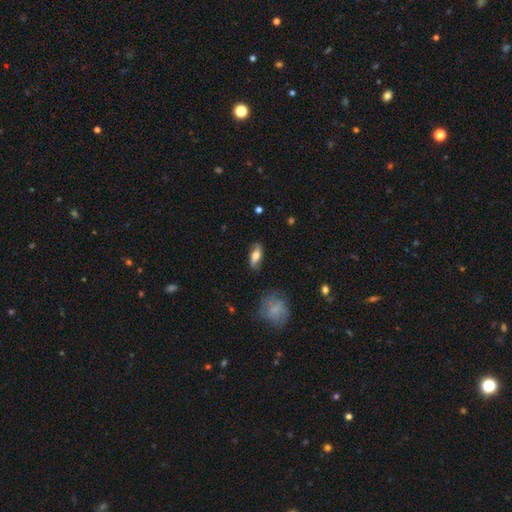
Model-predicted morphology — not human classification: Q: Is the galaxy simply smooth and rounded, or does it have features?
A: smooth — 61%.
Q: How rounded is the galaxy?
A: in between — 75%.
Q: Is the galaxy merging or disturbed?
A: none — 81%.